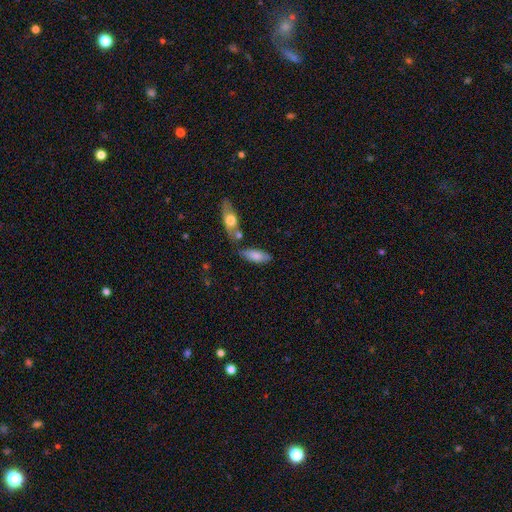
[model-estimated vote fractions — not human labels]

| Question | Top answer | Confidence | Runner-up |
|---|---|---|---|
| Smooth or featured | smooth | 76% | featured or disk (18%) |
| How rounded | in between | 73% | cigar-shaped (24%) |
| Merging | none | 64% | minor disturbance (16%) |